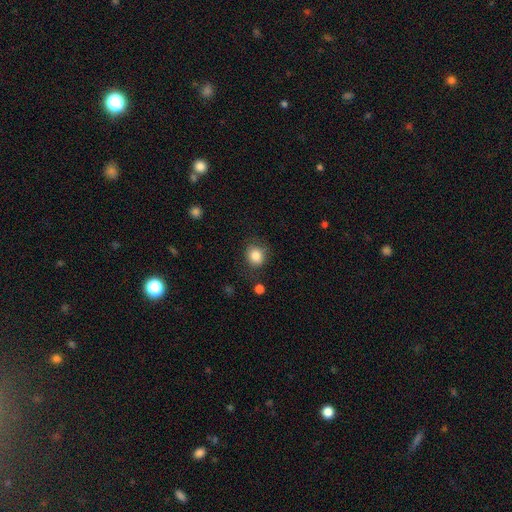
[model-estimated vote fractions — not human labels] This is clearly a smooth galaxy (84%). How rounded: likely round (71%). Merging: likely none (77%).